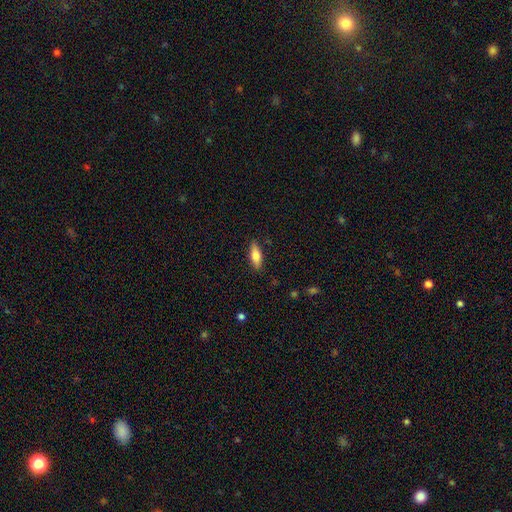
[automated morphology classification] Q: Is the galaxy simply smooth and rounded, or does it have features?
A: smooth — 70%.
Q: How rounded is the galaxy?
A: in between — 61%.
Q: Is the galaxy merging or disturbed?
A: none — 87%.